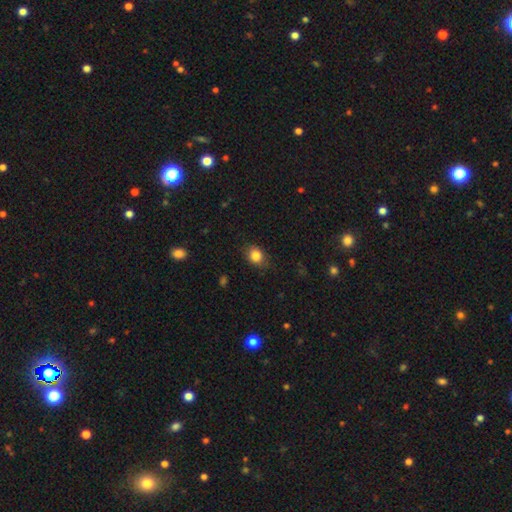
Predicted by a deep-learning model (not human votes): Overall: smooth (84%). How rounded: round (50%; in between 49%). Merging: none (77%).